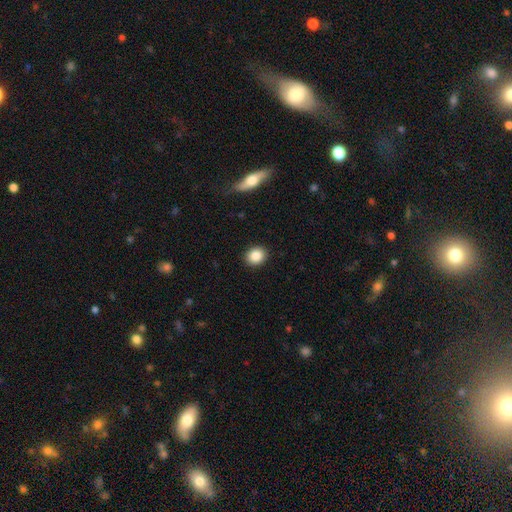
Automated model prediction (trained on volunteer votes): Morphology: type=smooth (87%); roundness=round (70%); merging=none (91%).